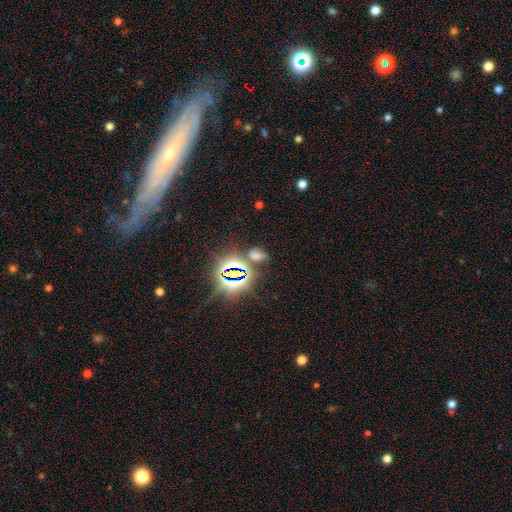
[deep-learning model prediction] The model was most divided on "smooth or featured": star or artifact: 54%, smooth: 37%, featured or disk: 10%.